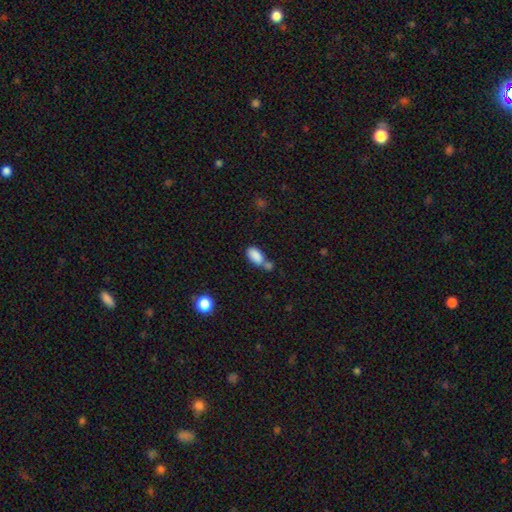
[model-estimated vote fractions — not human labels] The model was most divided on "merging": merger: 41%, none: 40%, minor disturbance: 14%, major disturbance: 5%. More confident: how rounded — in between (93%); smooth or featured — smooth (86%).